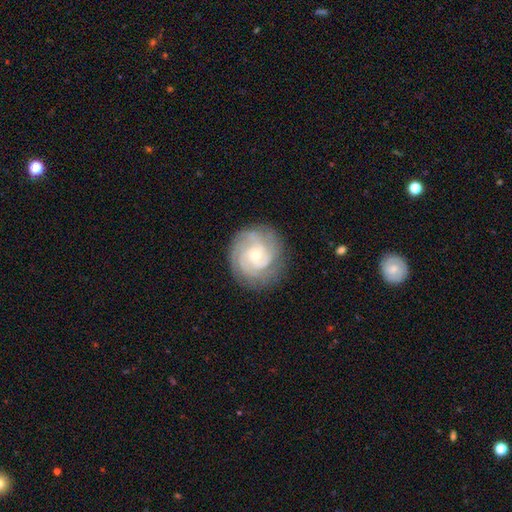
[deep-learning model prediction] Smooth or featured?
  - featured or disk: 82% *
  - smooth: 11%
  - star or artifact: 6%
Edge-on disk?
  - no: 98% *
  - yes: 2%
Bar?
  - no: 69% *
  - weak: 26%
  - strong: 5%
Spiral arms?
  - yes: 96% *
  - no: 4%
Spiral winding?
  - tight: 70% *
  - medium: 25%
  - loose: 5%
Spiral arm count?
  - 3: 27% *
  - can't tell: 26%
  - 4: 21%
  - 2: 13%
  - more than 4: 7%
  - 1: 6%
Bulge size?
  - small: 69% *
  - moderate: 27%
  - large: 2%
  - none: 1%
  - dominant: 1%
Merging?
  - none: 81% *
  - minor disturbance: 13%
  - major disturbance: 5%
  - merger: 1%